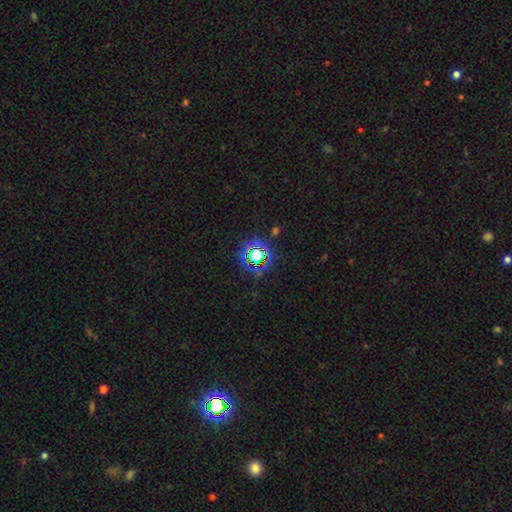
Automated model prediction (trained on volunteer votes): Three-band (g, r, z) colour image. It shows a star or artifact, not a galaxy (68%).